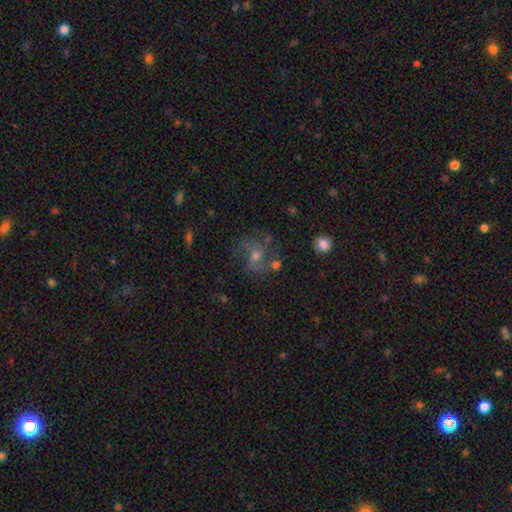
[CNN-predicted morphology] featured or disk 57%, smooth 23%, star or artifact 19%. Down the decision tree: edge-on disk — no (97%); bar — no (58%); spiral arms — yes (82%); bulge size — moderate (58%); merging — none (66%).